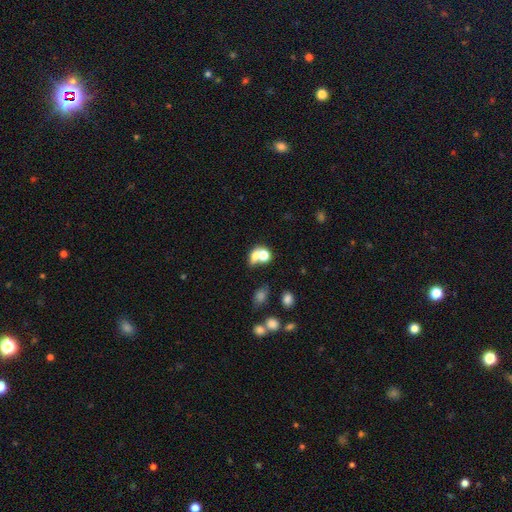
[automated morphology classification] Smooth or featured? Predicted: smooth (p=0.68). How rounded? Predicted: round (p=0.54). Merging? Predicted: merger (p=0.55).